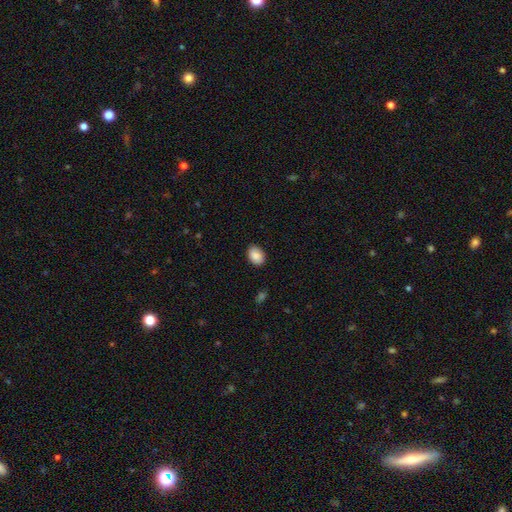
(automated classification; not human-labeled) Smooth or featured: smooth — 89% (star or artifact — 7%)
How rounded: in between — 76% (round — 23%)
Merging: none — 87% (minor disturbance — 9%)